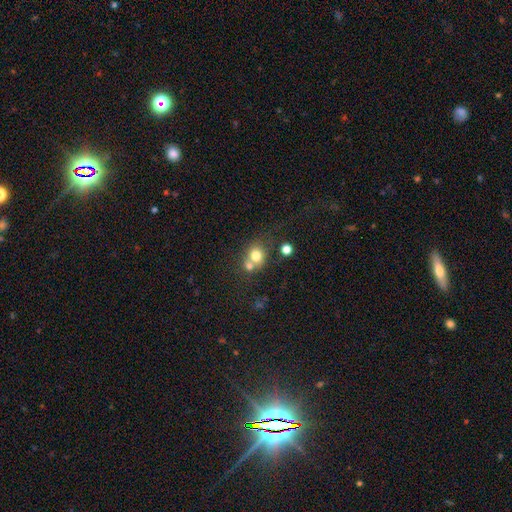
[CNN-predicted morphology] type=smooth (74%); roundness=round (72%); merging=none (44%).